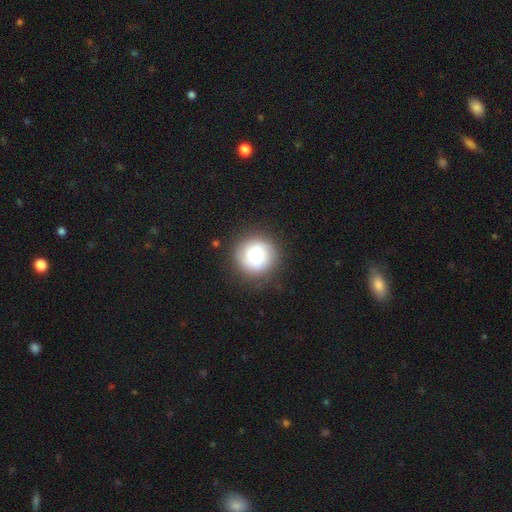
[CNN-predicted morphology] Overall: smooth (61%; featured or disk 30%). How rounded: round (93%). Merging: none (82%).